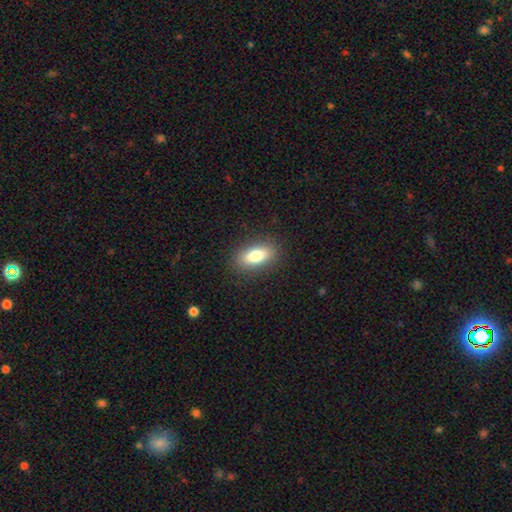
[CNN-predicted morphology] A smooth galaxy with no disk features (77%) that is in between round and cigar-shaped (84%). Merging: none (88%).